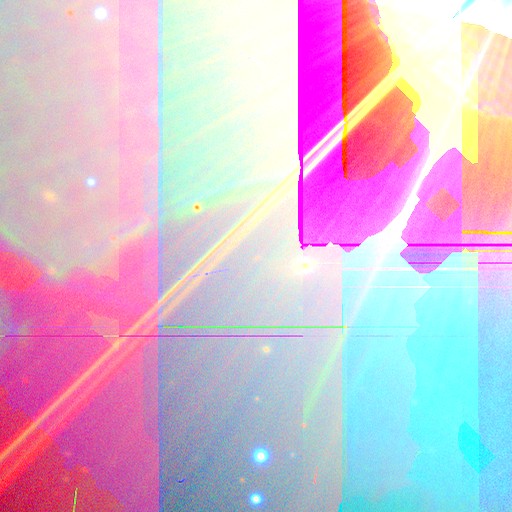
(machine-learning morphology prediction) A star or artifact, not a galaxy (88%).